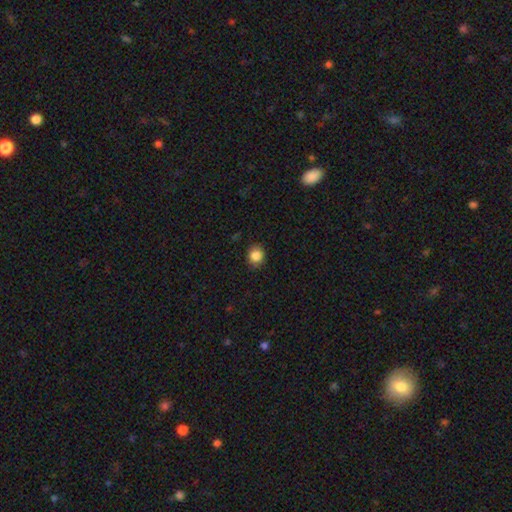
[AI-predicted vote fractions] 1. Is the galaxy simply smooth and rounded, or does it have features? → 86% smooth, 10% star or artifact, 4% featured or disk.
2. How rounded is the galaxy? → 78% round, 21% in between, 1% cigar-shaped.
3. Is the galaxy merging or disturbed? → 87% none, 9% minor disturbance, 2% major disturbance, 1% merger.